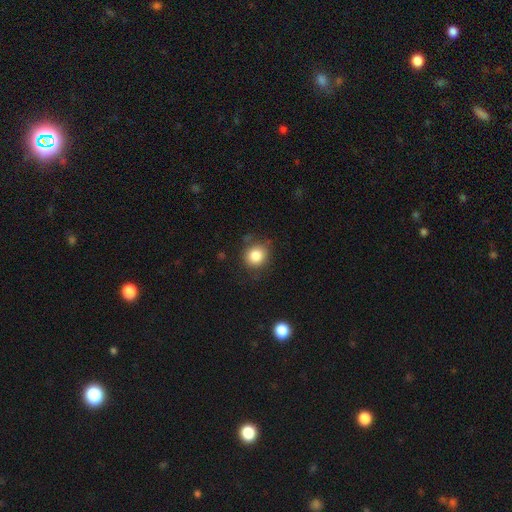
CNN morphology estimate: Q: Smooth or featured?
A: smooth (83%); runner-up: star or artifact (10%)
Q: How rounded?
A: round (85%); runner-up: in between (14%)
Q: Merging?
A: none (82%); runner-up: minor disturbance (13%)